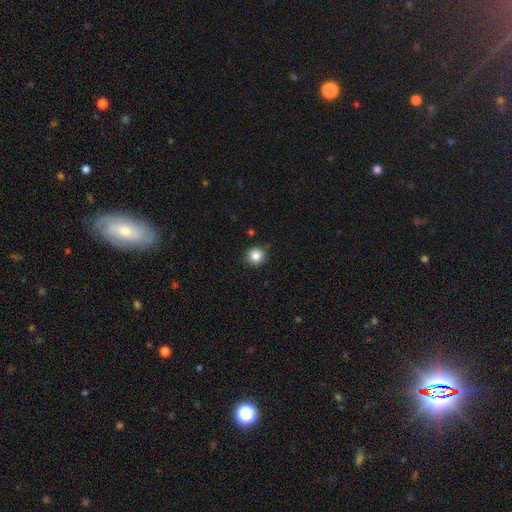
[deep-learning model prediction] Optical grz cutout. It shows a smooth galaxy with no disk features (84%) that is round (92%). Merging: none (90%).